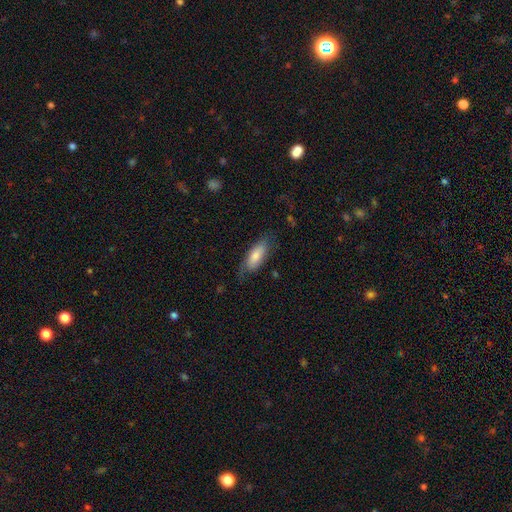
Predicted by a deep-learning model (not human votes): A smooth galaxy with no disk features (75%) that is in between round and cigar-shaped (73%). Merging: none (65%).